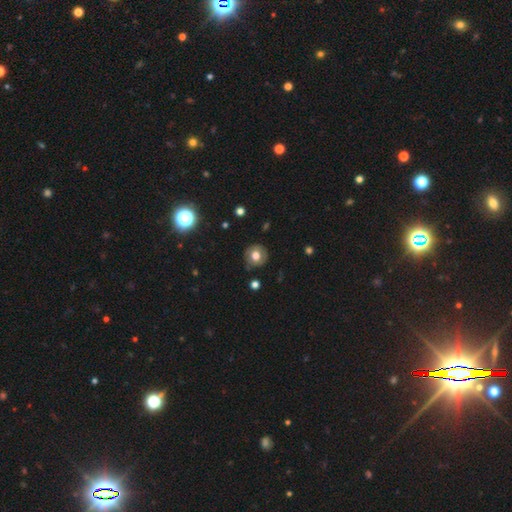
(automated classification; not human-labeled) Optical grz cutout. It shows a smooth galaxy with no disk features (67%) that is round (89%). Merging: none (83%).